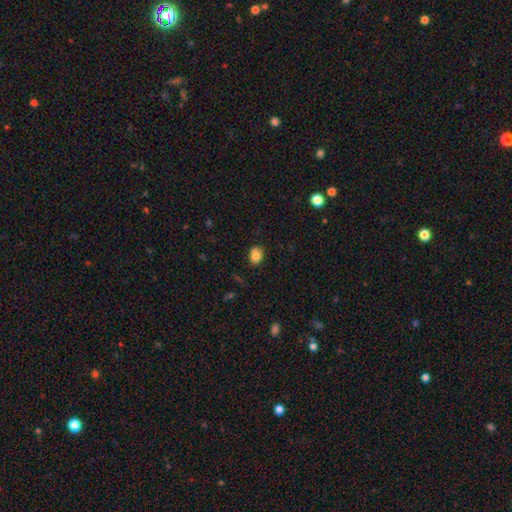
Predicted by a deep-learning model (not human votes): Smooth or featured?
  - smooth: 83% *
  - star or artifact: 10%
  - featured or disk: 7%
How rounded?
  - in between: 67% *
  - round: 32%
  - cigar-shaped: 1%
Merging?
  - none: 80% *
  - minor disturbance: 16%
  - major disturbance: 3%
  - merger: 2%